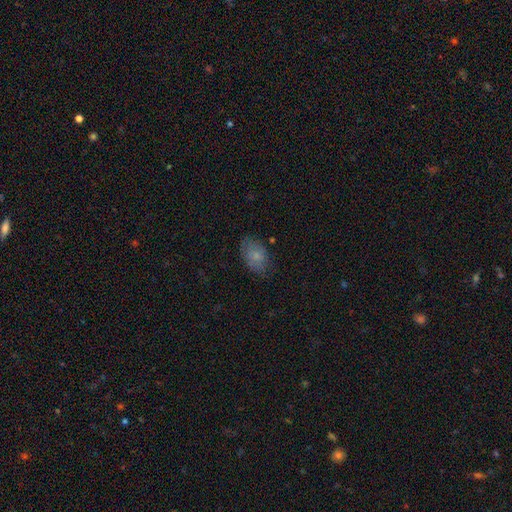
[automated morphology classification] This appears to be a smooth galaxy with no disk features (74%) that is in between round and cigar-shaped (88%). Merging: none (71%).